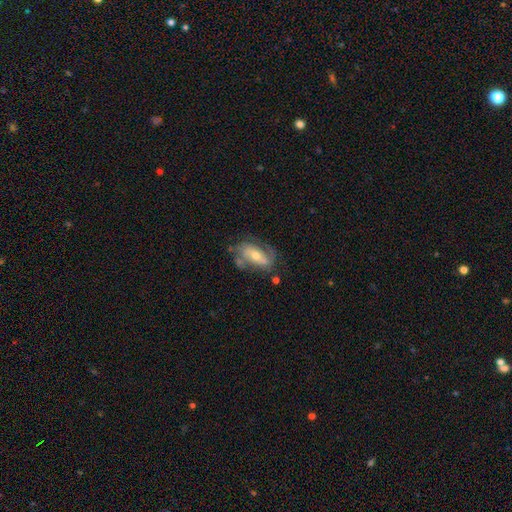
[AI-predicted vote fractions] smooth-or-featured: featured or disk: 69% | smooth: 24% | star or artifact: 7%
  disk-edge-on: no: 91% | yes: 9%
    bar: no: 37% | strong: 33% | weak: 30%
    has-spiral-arms: yes: 79% | no: 21%
    bulge-size: moderate: 54% | small: 40% | large: 3% | none: 1% | dominant: 1%
  merging: none: 56% | minor disturbance: 23% | major disturbance: 15% | merger: 6%